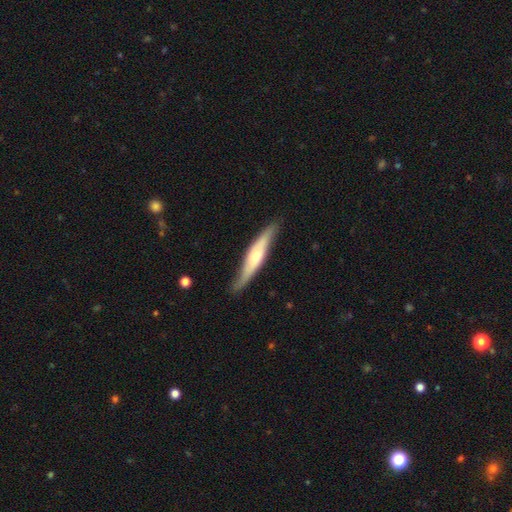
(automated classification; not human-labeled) Smooth or featured? featured or disk (59%)
Edge-on disk? yes (75%)
Merging? none (81%)